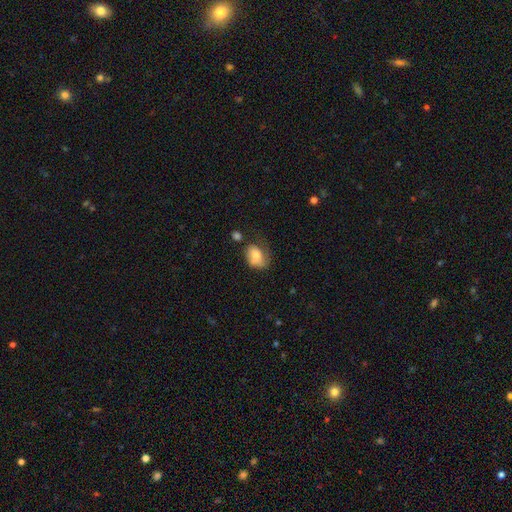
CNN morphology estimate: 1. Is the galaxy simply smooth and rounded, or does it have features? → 76% smooth, 16% featured or disk, 8% star or artifact.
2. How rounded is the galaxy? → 79% in between, 19% round, 1% cigar-shaped.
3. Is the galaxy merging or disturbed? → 35% none, 33% minor disturbance, 24% major disturbance, 8% merger.